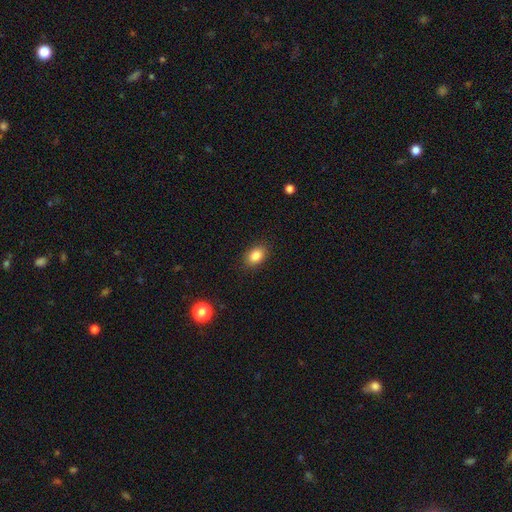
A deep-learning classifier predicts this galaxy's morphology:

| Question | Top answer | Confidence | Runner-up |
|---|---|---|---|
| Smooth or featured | smooth | 85% | star or artifact (9%) |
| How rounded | in between | 78% | round (21%) |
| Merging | none | 88% | minor disturbance (9%) |